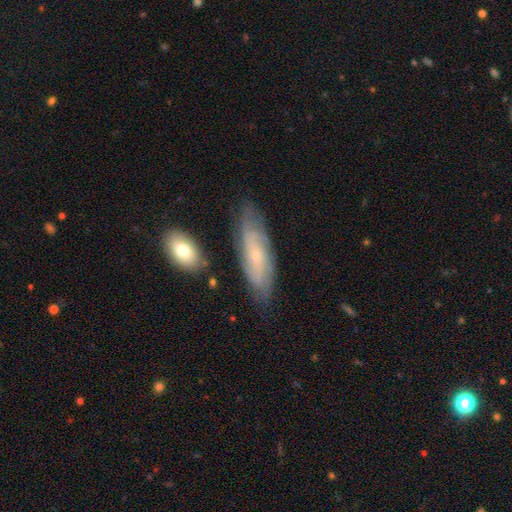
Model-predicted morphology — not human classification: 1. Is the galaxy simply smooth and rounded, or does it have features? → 67% featured or disk, 26% smooth, 7% star or artifact.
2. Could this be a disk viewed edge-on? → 85% no, 15% yes.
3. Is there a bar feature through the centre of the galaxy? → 68% no, 27% weak, 5% strong.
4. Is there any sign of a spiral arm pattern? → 89% yes, 11% no.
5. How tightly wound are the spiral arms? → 55% tight, 34% medium, 11% loose.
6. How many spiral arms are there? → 46% can't tell, 33% 2, 9% 3, 5% 4, 3% 1, 3% more than 4.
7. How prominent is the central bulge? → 79% small, 15% moderate, 4% none, 1% large, 1% dominant.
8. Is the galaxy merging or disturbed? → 76% none, 17% minor disturbance, 4% major disturbance, 3% merger.